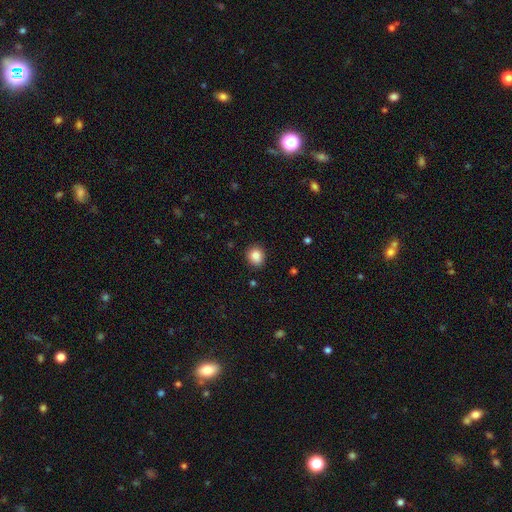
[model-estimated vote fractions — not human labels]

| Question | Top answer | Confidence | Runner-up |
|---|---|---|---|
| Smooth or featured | smooth | 85% | star or artifact (10%) |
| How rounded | round | 79% | in between (20%) |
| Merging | none | 89% | minor disturbance (8%) |